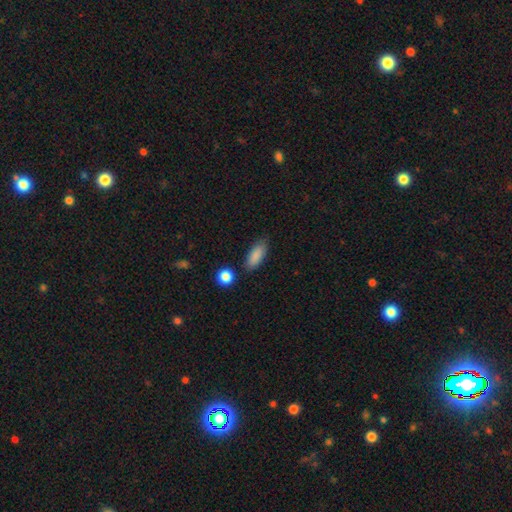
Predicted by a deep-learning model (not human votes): A smooth galaxy with no disk features (87%) that is in between round and cigar-shaped (81%). Merging: none (79%).